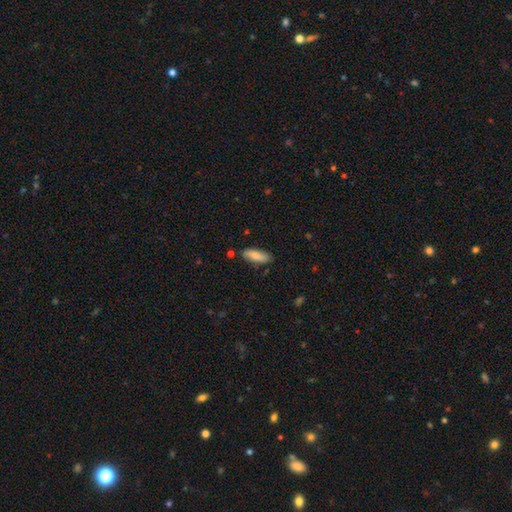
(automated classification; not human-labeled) smooth 82%, featured or disk 12%, star or artifact 6%. Down the decision tree: how rounded — in between (66%); merging — none (82%).